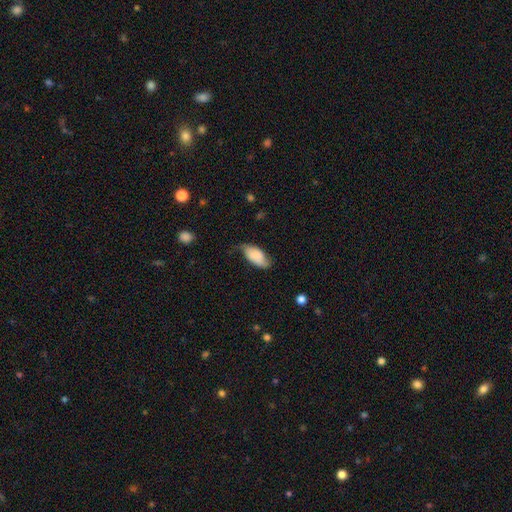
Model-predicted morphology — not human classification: type=smooth (69%); roundness=in between (93%); merging=none (53%).